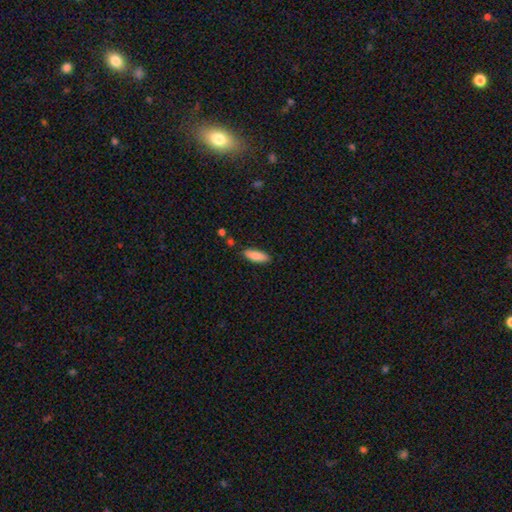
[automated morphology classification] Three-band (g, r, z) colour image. It shows a smooth galaxy with no disk features (87%) that is in between round and cigar-shaped (64%). Merging: none (83%).